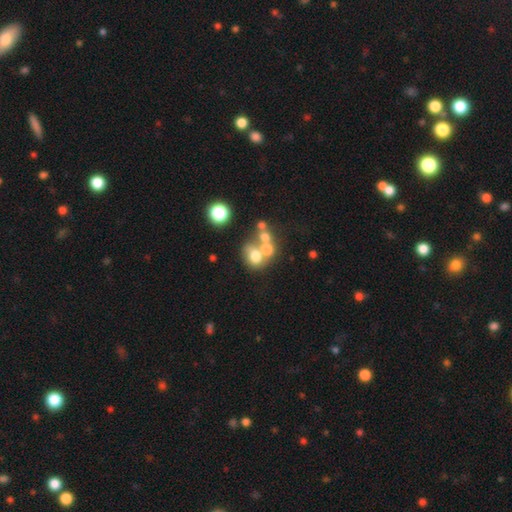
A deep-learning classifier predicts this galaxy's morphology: This is likely a smooth galaxy (63%). How rounded: likely round (65%). Merging: possibly merger (52%).